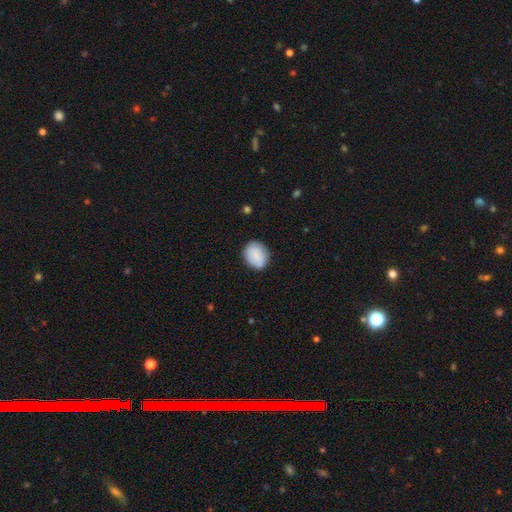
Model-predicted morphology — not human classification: Smooth or featured: smooth — 84% (featured or disk — 9%)
How rounded: round — 57% (in between — 42%)
Merging: none — 81% (minor disturbance — 14%)